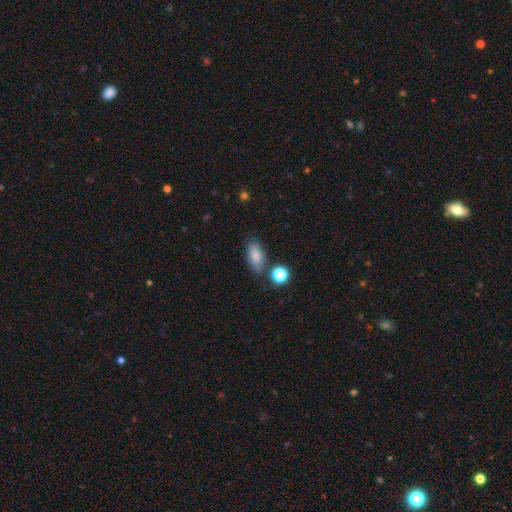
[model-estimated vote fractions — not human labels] smooth_or_featured: smooth (p=0.81) [alt: featured or disk p=0.10]
how_rounded: in between (p=0.84) [alt: cigar-shaped p=0.09]
merging: none (p=0.76) [alt: minor disturbance p=0.15]